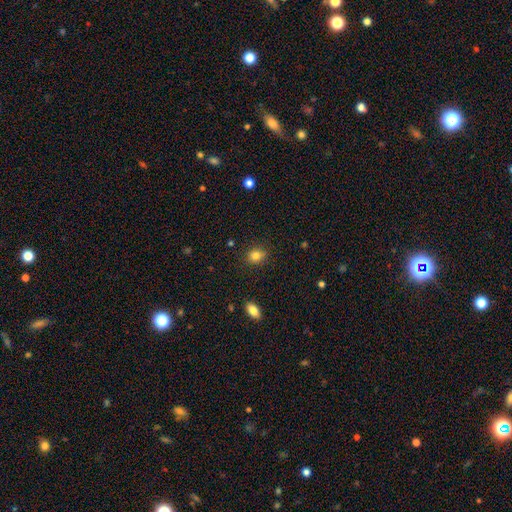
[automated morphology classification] This appears to be a smooth galaxy with no disk features (83%) that is round (62%). Merging: none (86%).